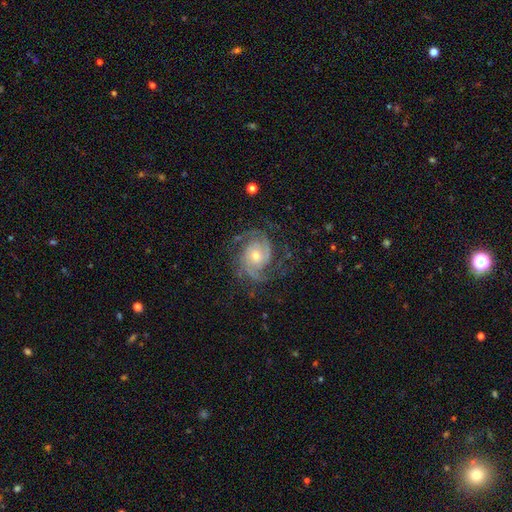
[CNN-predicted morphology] Q: Smooth or featured?
A: featured or disk (89%); runner-up: star or artifact (5%)
Q: Edge-on disk?
A: no (98%); runner-up: yes (2%)
Q: Bar?
A: no (69%); runner-up: weak (25%)
Q: Spiral arms?
A: yes (97%); runner-up: no (3%)
Q: Spiral winding?
A: tight (49%); runner-up: medium (41%)
Q: Spiral arm count?
A: 2 (49%); runner-up: 3 (24%)
Q: Bulge size?
A: moderate (51%); runner-up: small (43%)
Q: Merging?
A: none (73%); runner-up: minor disturbance (16%)